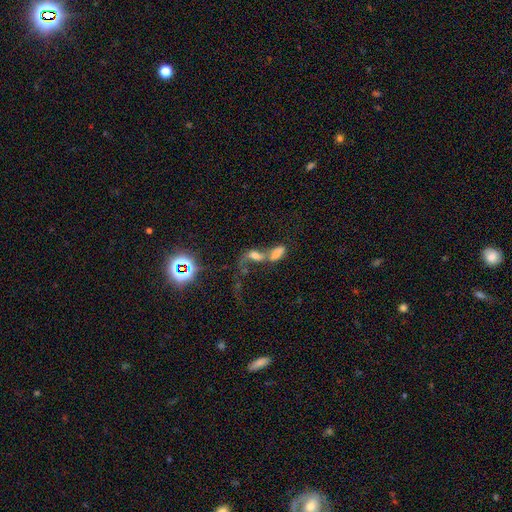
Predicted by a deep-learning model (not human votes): A smooth galaxy with no disk features (39%).

Vote fractions:
- Smooth or featured? smooth: 39% / featured or disk: 34% / star or artifact: 27%
- Merging? merger: 73% / none: 12% / major disturbance: 10% / minor disturbance: 5%